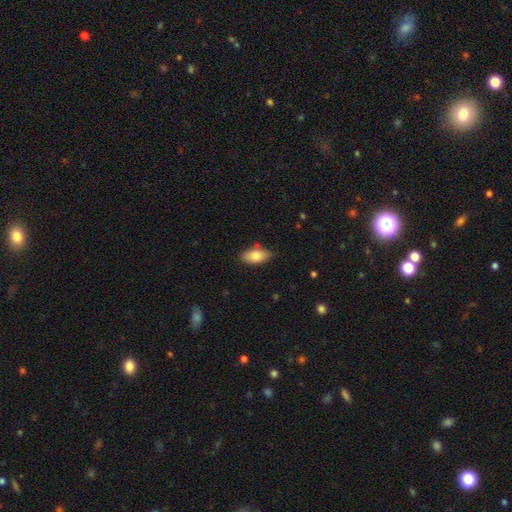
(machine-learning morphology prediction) smooth-or-featured: smooth: 82% | featured or disk: 11% | star or artifact: 7%
  how-rounded: in between: 92% | cigar-shaped: 5% | round: 4%
  merging: none: 80% | minor disturbance: 15% | major disturbance: 3% | merger: 2%